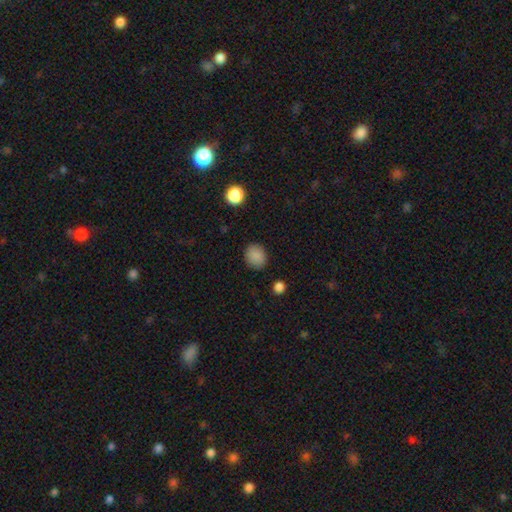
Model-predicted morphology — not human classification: A smooth galaxy with no disk features (87%) that is round (66%).

Vote fractions:
- Smooth or featured? smooth: 87% / star or artifact: 10% / featured or disk: 3%
- How rounded? round: 66% / in between: 33% / cigar-shaped: 1%
- Merging? none: 86% / minor disturbance: 10% / major disturbance: 3% / merger: 1%